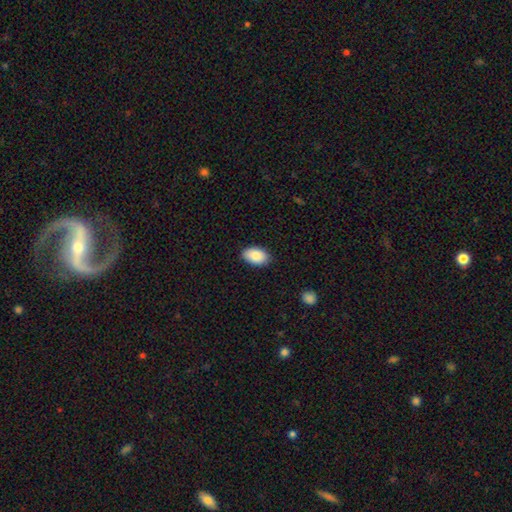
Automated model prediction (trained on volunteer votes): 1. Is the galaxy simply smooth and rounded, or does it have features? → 88% smooth, 6% star or artifact, 6% featured or disk.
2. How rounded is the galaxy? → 93% in between, 6% round, 1% cigar-shaped.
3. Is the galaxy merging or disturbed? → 87% none, 10% minor disturbance, 2% major disturbance, 1% merger.